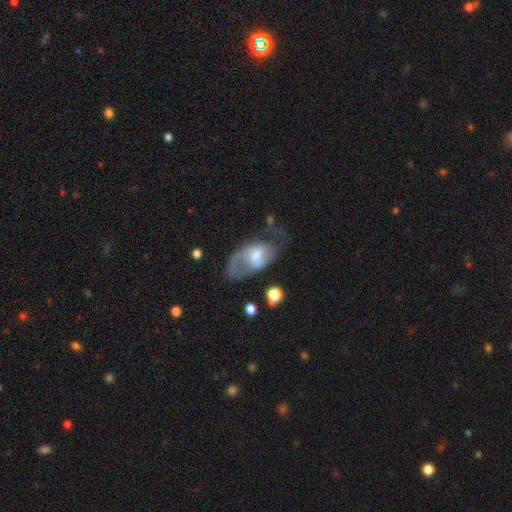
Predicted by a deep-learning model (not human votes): The model was most divided on "spiral winding": medium: 46%, loose: 33%, tight: 21%. Remaining: edge-on disk — no (94%); spiral arms — yes (83%); smooth or featured — featured or disk (70%); spiral arm count — 2 (59%); bar — weak (51%); merging — none (50%); bulge size — moderate (48%).